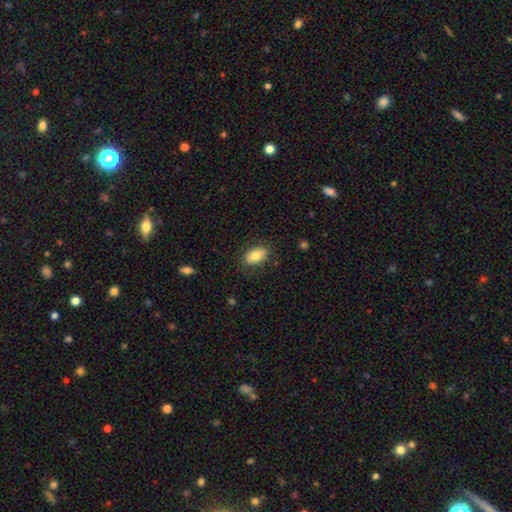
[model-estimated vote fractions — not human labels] Q: Smooth or featured?
A: smooth (78%); runner-up: featured or disk (15%)
Q: How rounded?
A: in between (90%); runner-up: round (8%)
Q: Merging?
A: none (84%); runner-up: minor disturbance (12%)